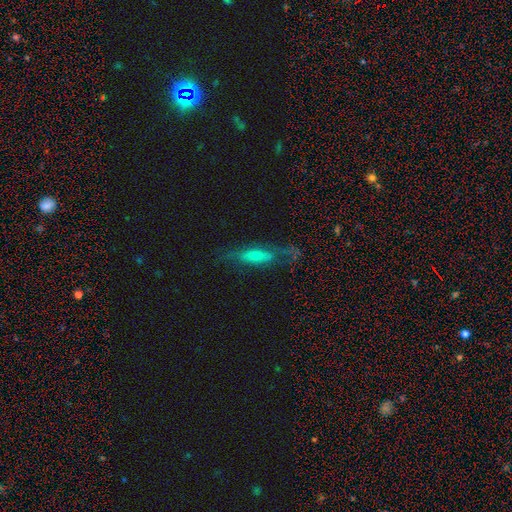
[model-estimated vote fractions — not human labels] This is possibly a featured or disk galaxy (48%). Merging: possibly none (54%).